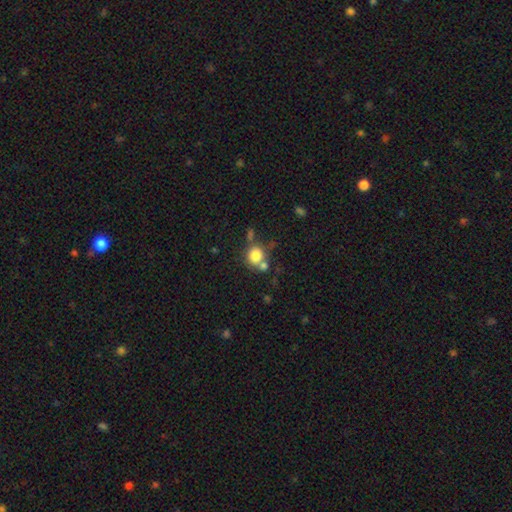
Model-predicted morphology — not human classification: Smooth or featured? smooth (80%)
How rounded? round (83%)
Merging? none (57%)